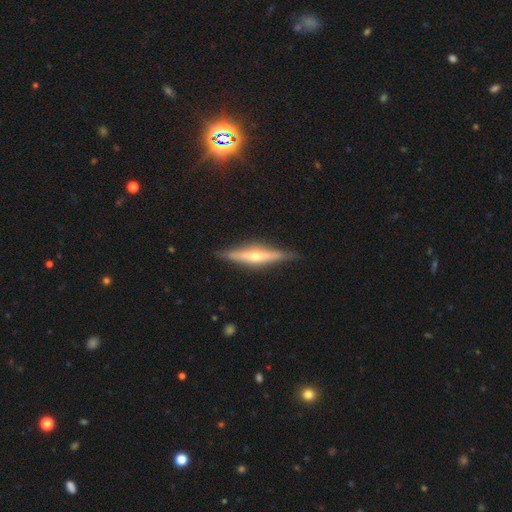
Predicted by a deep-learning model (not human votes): This appears to be a featured or disk galaxy (73%) viewed edge-on (95%) with a rounded central bulge (88%). Merging: none (86%).